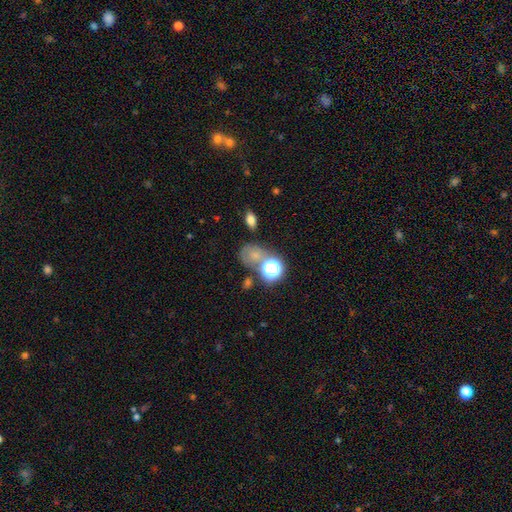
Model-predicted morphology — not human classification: smooth-or-featured: smooth: 54% | star or artifact: 31% | featured or disk: 15%
  how-rounded: round: 60% | in between: 38% | cigar-shaped: 2%
  merging: none: 52% | merger: 19% | minor disturbance: 17% | major disturbance: 12%